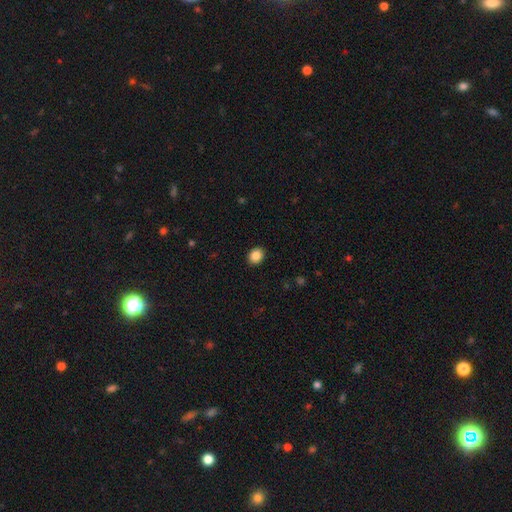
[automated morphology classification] Smooth or featured: smooth — 86% (star or artifact — 9%)
How rounded: round — 57% (in between — 42%)
Merging: none — 91% (minor disturbance — 6%)